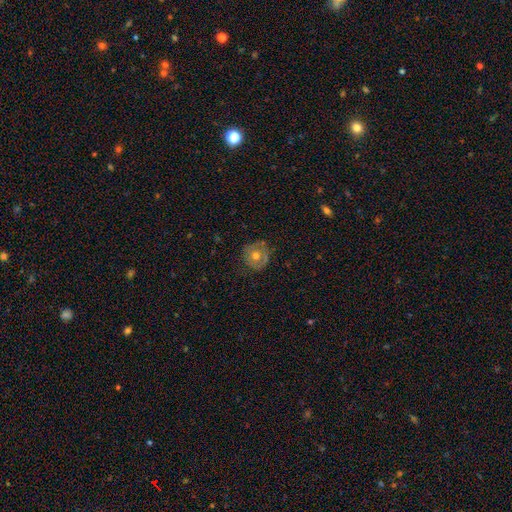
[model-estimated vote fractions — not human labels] Smooth or featured: smooth — 48% (featured or disk — 43%)
Merging: none — 79% (minor disturbance — 15%)